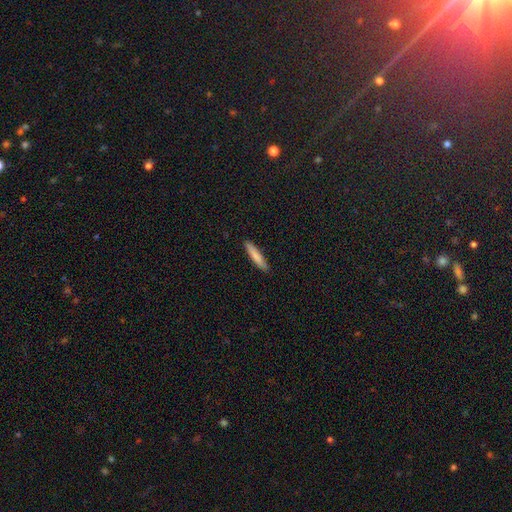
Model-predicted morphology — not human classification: A smooth galaxy with no disk features (82%) that is cigar-shaped (91%). Merging: none (91%).